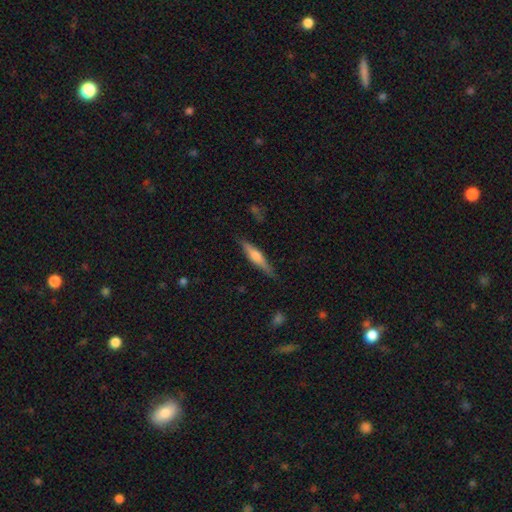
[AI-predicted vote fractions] This appears to be a featured or disk galaxy (55%) viewed edge-on (96%) with a rounded central bulge (80%). Merging: none (86%).